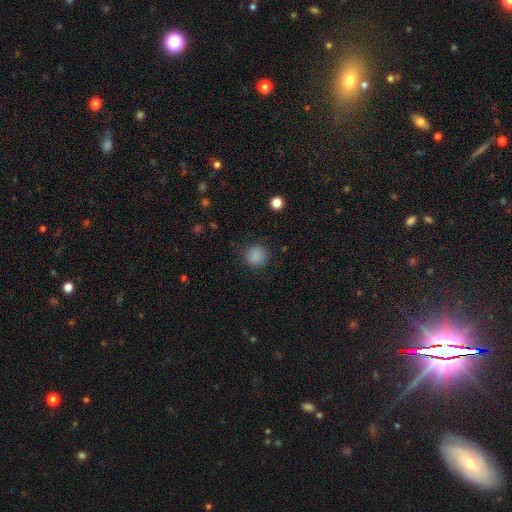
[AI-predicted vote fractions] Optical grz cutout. It shows a smooth galaxy with no disk features (86%) that is round (90%). Merging: none (86%).